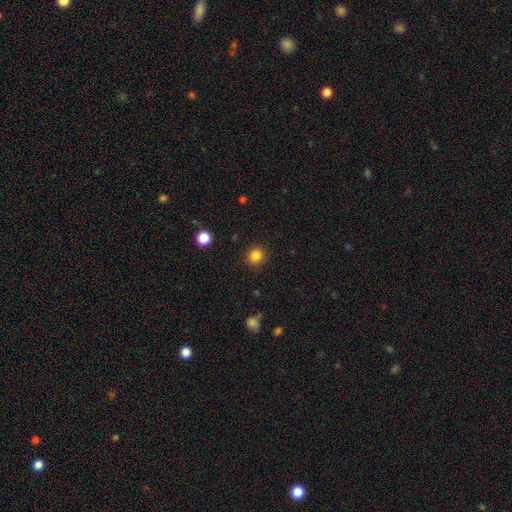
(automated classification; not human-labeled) A smooth galaxy with no disk features (84%) that is round (90%).

Vote fractions:
- Smooth or featured? smooth: 84% / star or artifact: 12% / featured or disk: 4%
- How rounded? round: 90% / in between: 9% / cigar-shaped: 1%
- Merging? none: 90% / minor disturbance: 6% / major disturbance: 2% / merger: 1%